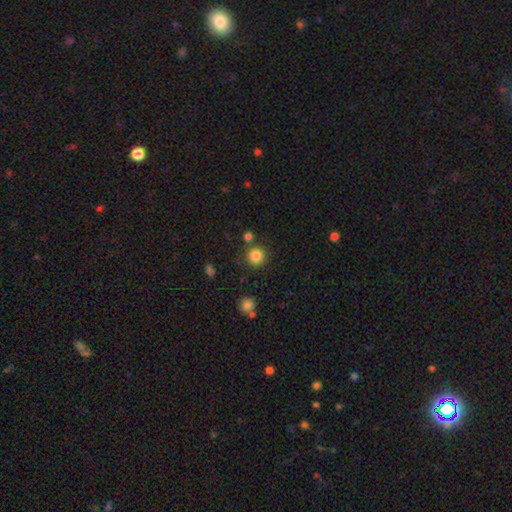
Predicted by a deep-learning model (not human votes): Q: Smooth or featured?
A: smooth (84%); runner-up: star or artifact (11%)
Q: How rounded?
A: round (93%); runner-up: in between (6%)
Q: Merging?
A: none (83%); runner-up: minor disturbance (8%)